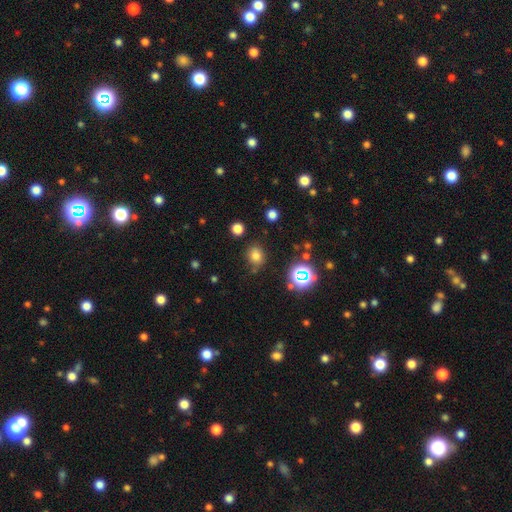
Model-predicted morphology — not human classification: Overall: smooth (73%). How rounded: round (64%; in between 35%). Merging: none (79%).